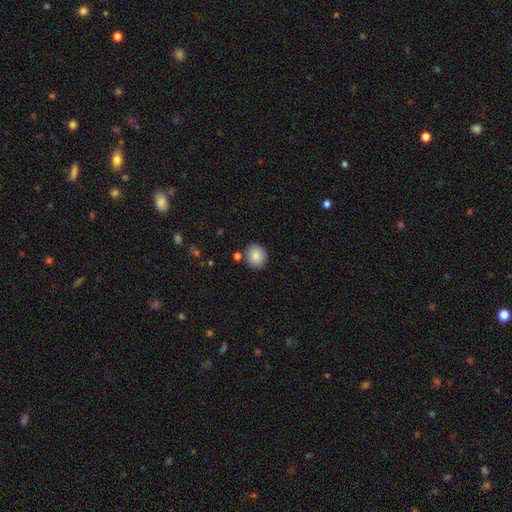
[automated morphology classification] Smooth or featured?
  - smooth: 87% *
  - star or artifact: 8%
  - featured or disk: 5%
How rounded?
  - round: 72% *
  - in between: 27%
  - cigar-shaped: 1%
Merging?
  - none: 84% *
  - minor disturbance: 9%
  - merger: 5%
  - major disturbance: 2%